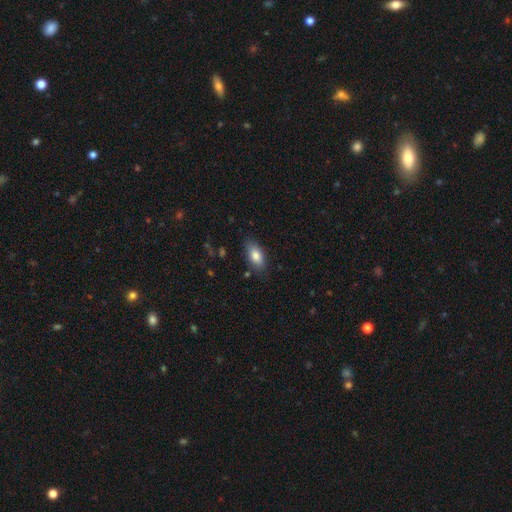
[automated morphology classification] A smooth galaxy with no disk features (83%) that is in between round and cigar-shaped (89%).

Vote fractions:
- Smooth or featured? smooth: 83% / featured or disk: 10% / star or artifact: 7%
- How rounded? in between: 89% / cigar-shaped: 7% / round: 4%
- Merging? none: 82% / minor disturbance: 14% / major disturbance: 3% / merger: 2%